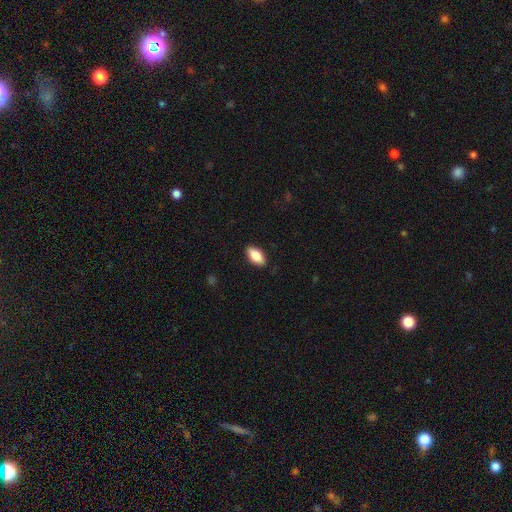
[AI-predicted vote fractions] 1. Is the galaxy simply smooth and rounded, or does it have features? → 83% smooth, 10% featured or disk, 6% star or artifact.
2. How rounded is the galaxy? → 89% in between, 8% cigar-shaped, 3% round.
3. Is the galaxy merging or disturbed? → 89% none, 9% minor disturbance, 2% major disturbance, 1% merger.